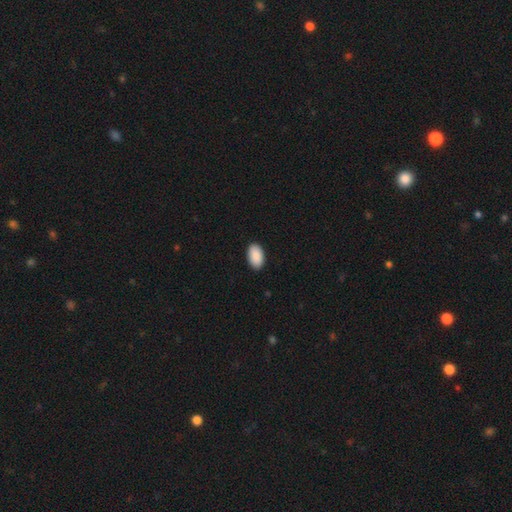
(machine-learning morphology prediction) A smooth galaxy with no disk features (92%) that is in between round and cigar-shaped (96%).

Vote fractions:
- Smooth or featured? smooth: 92% / star or artifact: 6% / featured or disk: 2%
- How rounded? in between: 96% / round: 3% / cigar-shaped: 1%
- Merging? none: 90% / minor disturbance: 7% / major disturbance: 2% / merger: 1%